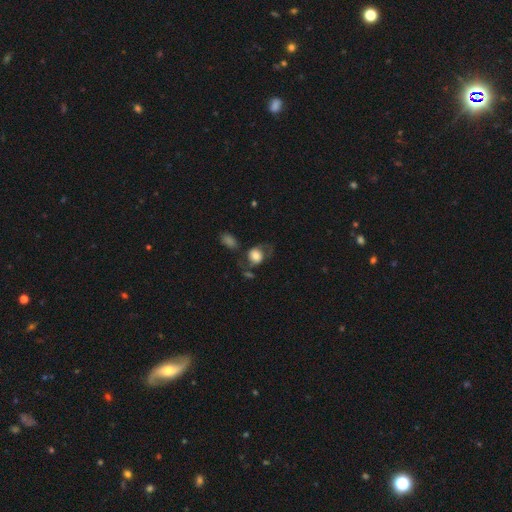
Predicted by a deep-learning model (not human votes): Smooth or featured? Predicted: smooth (p=0.64). How rounded? Predicted: round (p=0.58). Merging? Predicted: none (p=0.44).